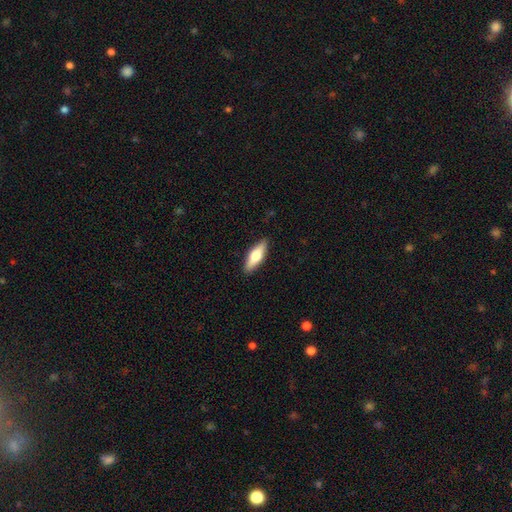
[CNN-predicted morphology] This appears to be a smooth galaxy with no disk features (58%) that is cigar-shaped (50%). Merging: none (89%).